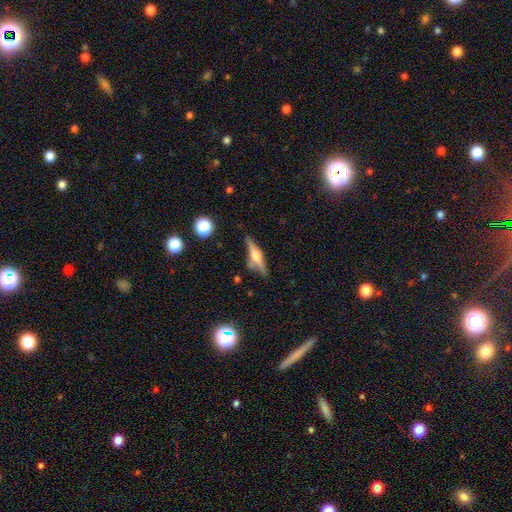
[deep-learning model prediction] Overall: featured or disk (62%; smooth 29%). Edge-on disk: yes (95%). Edge-on bulge: rounded (84%). Merging: none (72%).